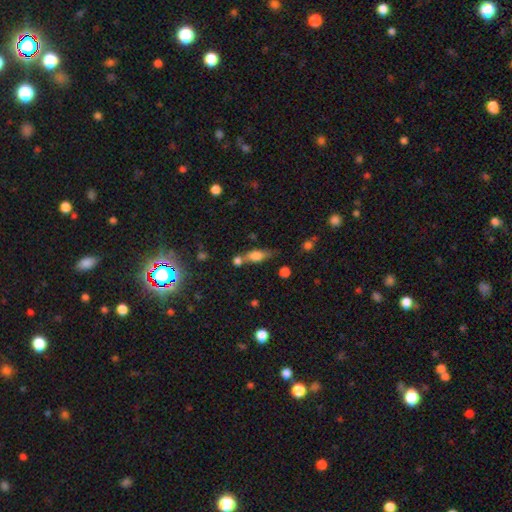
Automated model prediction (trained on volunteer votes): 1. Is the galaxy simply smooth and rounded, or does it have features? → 65% smooth, 25% featured or disk, 10% star or artifact.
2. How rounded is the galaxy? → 64% in between, 29% cigar-shaped, 8% round.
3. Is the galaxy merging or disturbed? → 49% none, 27% merger, 17% minor disturbance, 7% major disturbance.